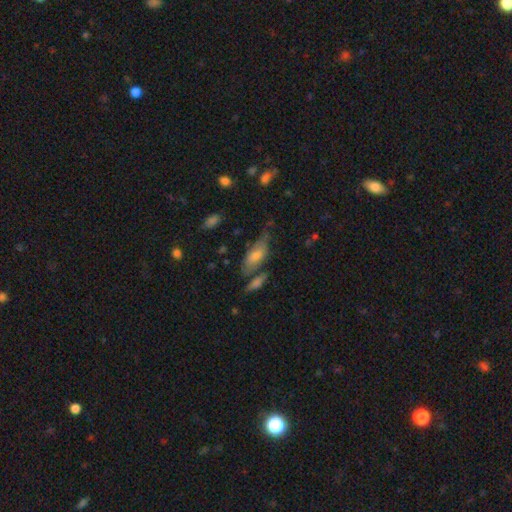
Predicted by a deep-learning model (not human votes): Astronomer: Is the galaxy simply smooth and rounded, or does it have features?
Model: smooth — 58%.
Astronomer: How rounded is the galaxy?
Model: in between — 76%.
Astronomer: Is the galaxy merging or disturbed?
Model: none — 47% (runner-up: minor disturbance, 27%).